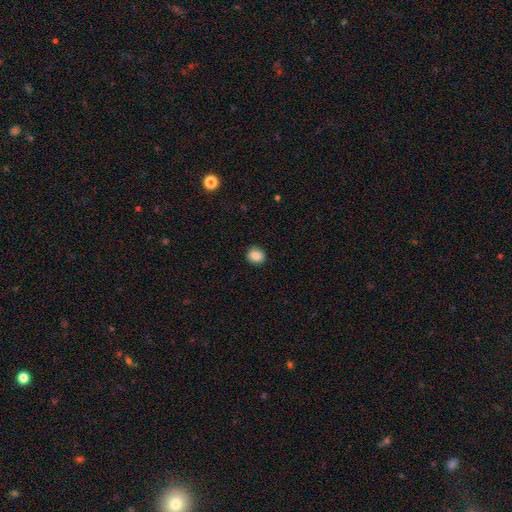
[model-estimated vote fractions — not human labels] A smooth galaxy with no disk features (87%) that is round (66%).

Vote fractions:
- Smooth or featured? smooth: 87% / star or artifact: 9% / featured or disk: 4%
- How rounded? round: 66% / in between: 33% / cigar-shaped: 1%
- Merging? none: 88% / minor disturbance: 9% / major disturbance: 2% / merger: 1%